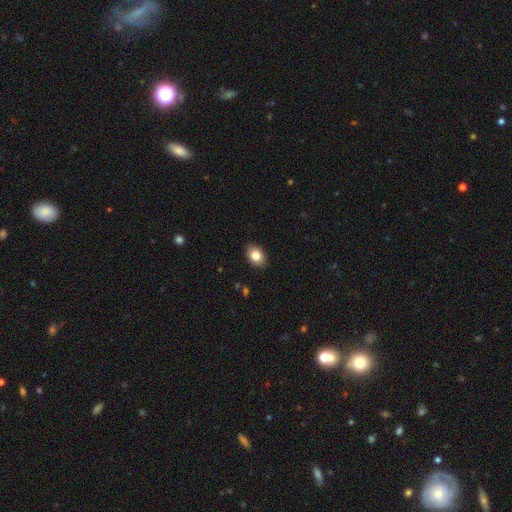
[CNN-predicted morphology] A smooth galaxy with no disk features (82%) that is in between round and cigar-shaped (79%).

Vote fractions:
- Smooth or featured? smooth: 82% / featured or disk: 10% / star or artifact: 8%
- How rounded? in between: 79% / round: 20% / cigar-shaped: 1%
- Merging? none: 88% / minor disturbance: 10% / major disturbance: 2% / merger: 1%